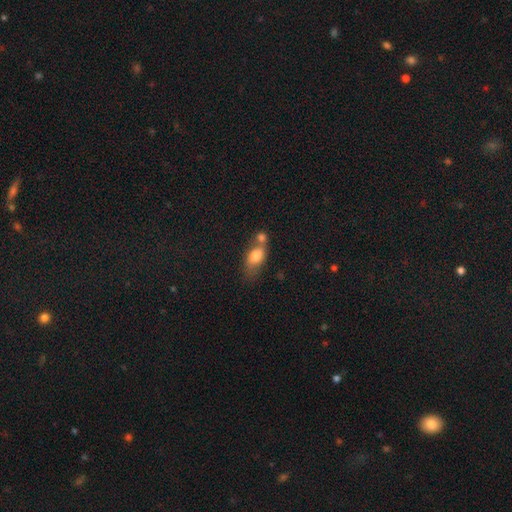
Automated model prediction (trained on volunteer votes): Smooth or featured? Predicted: smooth (p=0.76). How rounded? Predicted: in between (p=0.76). Merging? Predicted: merger (p=0.52).